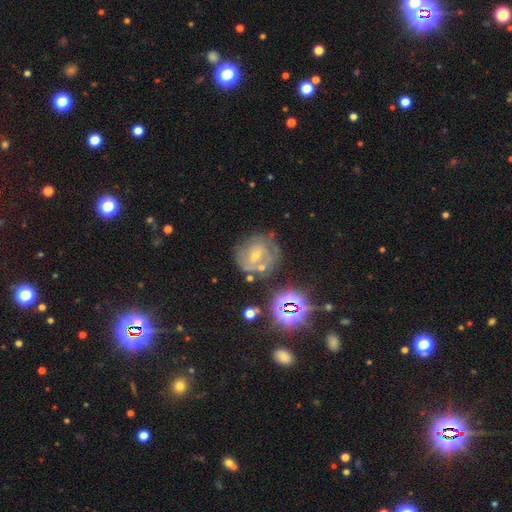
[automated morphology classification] Overall: featured or disk (63%; smooth 23%). Edge-on disk: no (97%). Bar: weak (47%; no 38%). Spiral arms: yes (72%). Bulge size: small (55%; moderate 36%). Merging: none (53%; minor disturbance 22%).